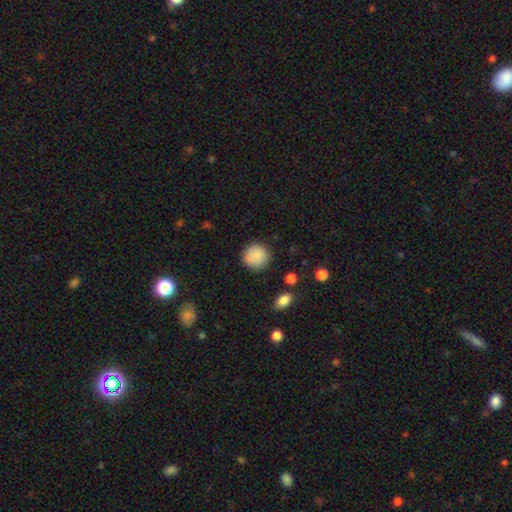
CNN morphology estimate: This appears to be a smooth galaxy with no disk features (87%) that is round (92%). Merging: none (86%).